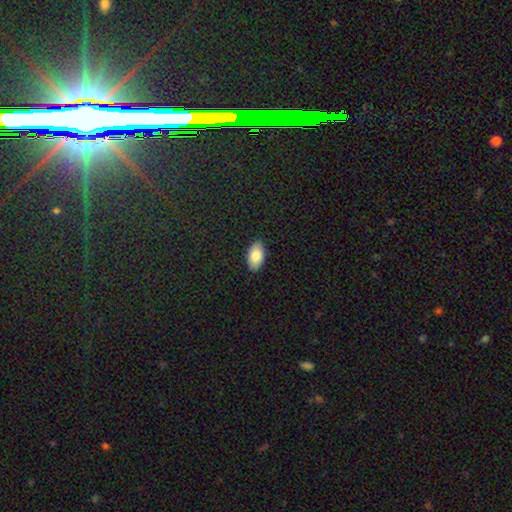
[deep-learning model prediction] This is clearly a smooth galaxy (84%). How rounded: clearly in between (95%). Merging: clearly none (89%).